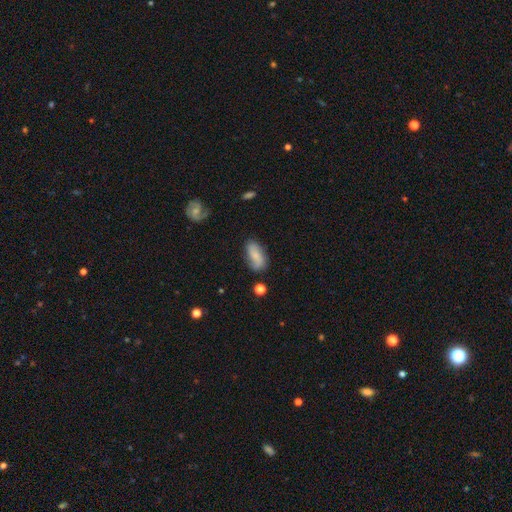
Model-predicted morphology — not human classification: smooth_or_featured: smooth (p=0.70) [alt: featured or disk p=0.22]
how_rounded: in between (p=0.85) [alt: cigar-shaped p=0.12]
merging: none (p=0.66) [alt: minor disturbance p=0.24]